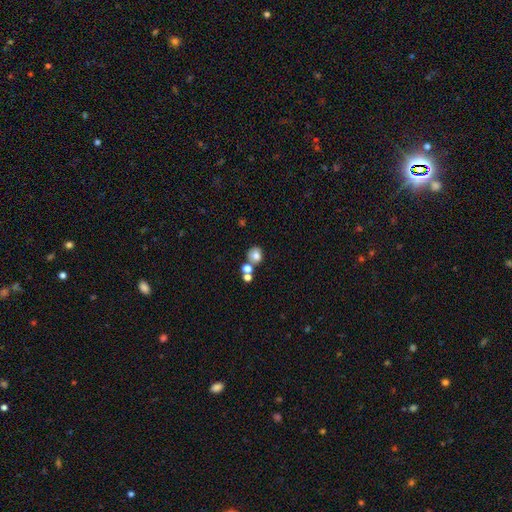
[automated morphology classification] Overall: smooth (76%). How rounded: round (71%). Merging: none (55%; merger 28%).